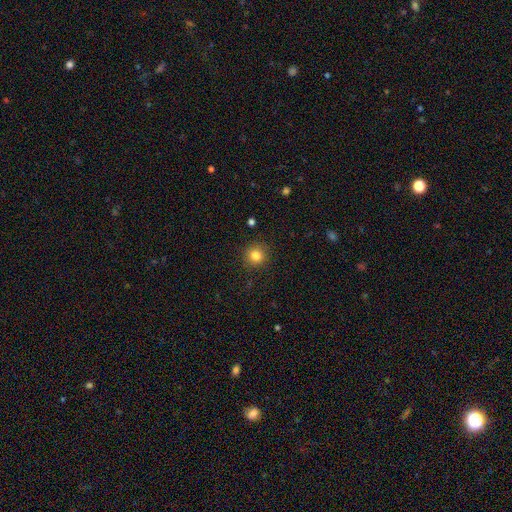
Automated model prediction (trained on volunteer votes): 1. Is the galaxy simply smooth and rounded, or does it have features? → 82% smooth, 12% star or artifact, 6% featured or disk.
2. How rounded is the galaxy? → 92% round, 7% in between, 1% cigar-shaped.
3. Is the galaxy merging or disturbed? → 91% none, 6% minor disturbance, 2% major disturbance, 1% merger.